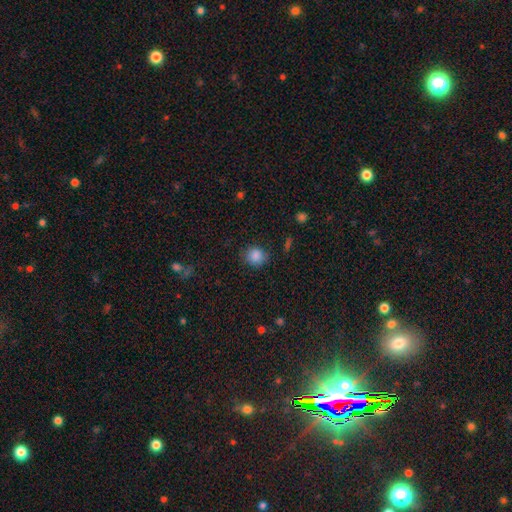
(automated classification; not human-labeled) smooth-or-featured: smooth: 86% | star or artifact: 10% | featured or disk: 4%
  how-rounded: round: 78% | in between: 21% | cigar-shaped: 1%
  merging: none: 81% | minor disturbance: 14% | major disturbance: 4% | merger: 2%